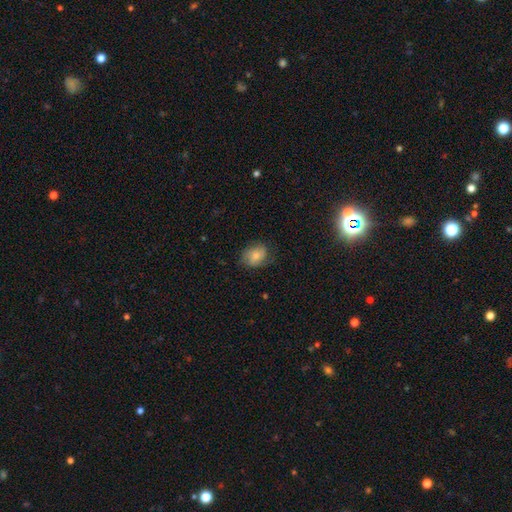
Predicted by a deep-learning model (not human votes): This is likely a smooth galaxy (66%). How rounded: possibly in between (54%). Merging: likely none (68%).